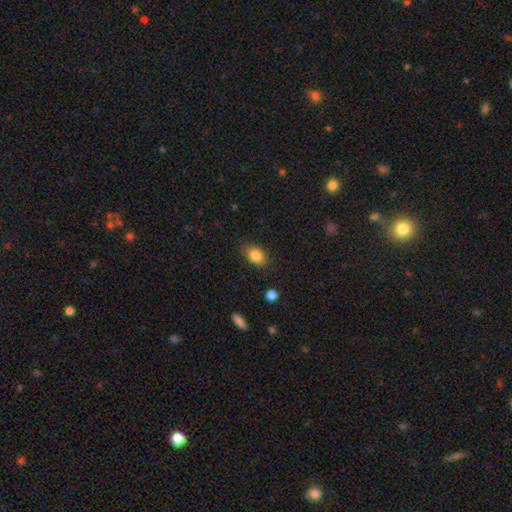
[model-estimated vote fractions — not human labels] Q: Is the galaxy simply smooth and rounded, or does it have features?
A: smooth — 84%.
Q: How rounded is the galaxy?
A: in between — 77%.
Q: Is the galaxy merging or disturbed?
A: none — 83%.